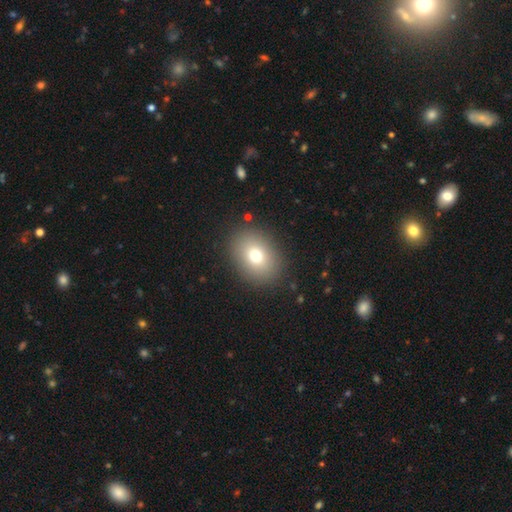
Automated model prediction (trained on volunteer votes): Smooth or featured? smooth (74%)
How rounded? in between (59%)
Merging? none (88%)